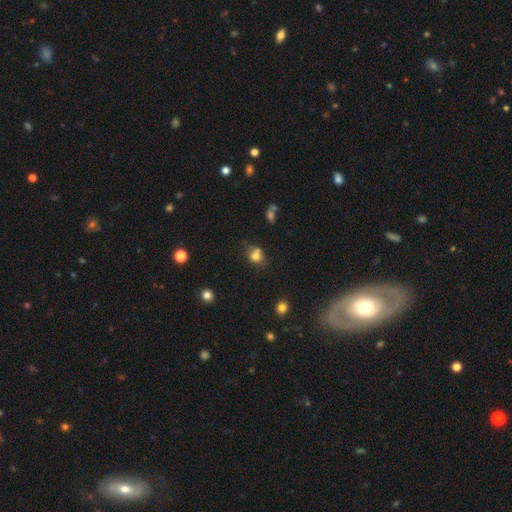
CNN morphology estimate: smooth 76%, star or artifact 14%, featured or disk 11%. Down the decision tree: how rounded — round (69%); merging — none (53%).